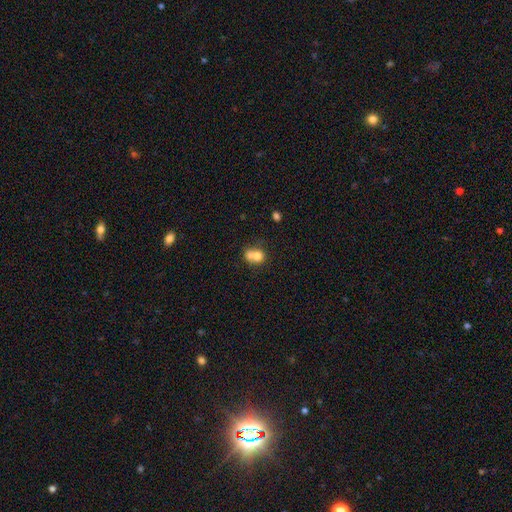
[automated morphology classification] The model was most divided on "how rounded": round: 67%, in between: 32%, cigar-shaped: 1%. More confident: smooth or featured — smooth (70%); merging — merger (63%).